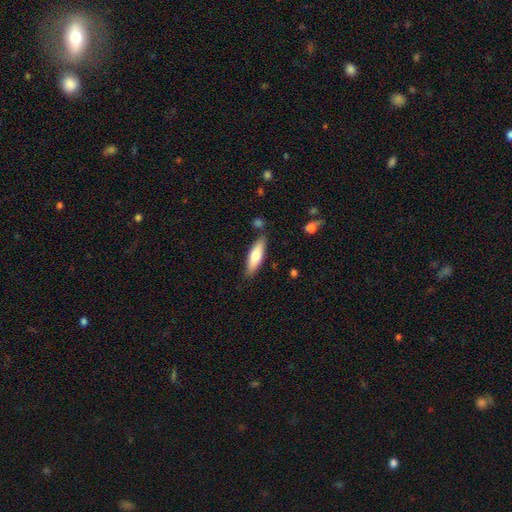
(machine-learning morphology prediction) Q: Smooth or featured?
A: smooth (69%); runner-up: featured or disk (25%)
Q: How rounded?
A: cigar-shaped (55%); runner-up: in between (43%)
Q: Merging?
A: none (82%); runner-up: minor disturbance (12%)